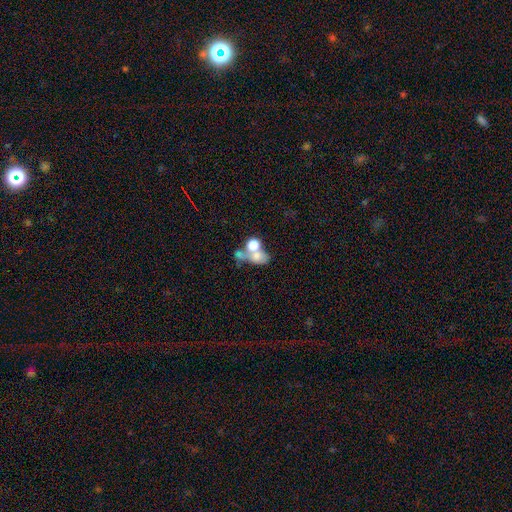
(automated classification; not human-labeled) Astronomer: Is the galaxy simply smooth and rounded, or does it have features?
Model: smooth — 61%.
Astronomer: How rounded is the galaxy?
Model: in between — 56% (runner-up: round, 41%).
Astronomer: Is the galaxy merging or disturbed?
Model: merger — 60%.